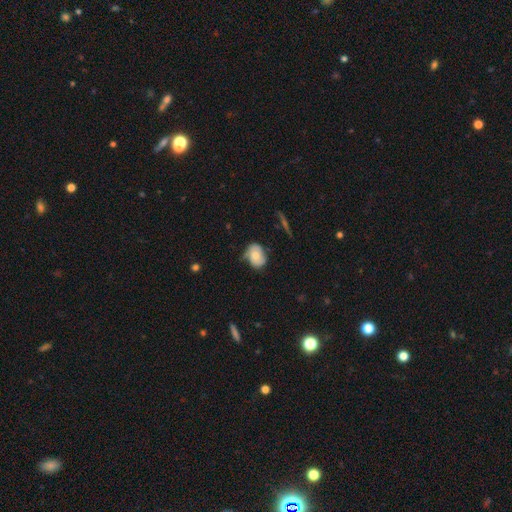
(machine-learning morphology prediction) type=smooth (58%); roundness=in between (61%); merging=none (54%).